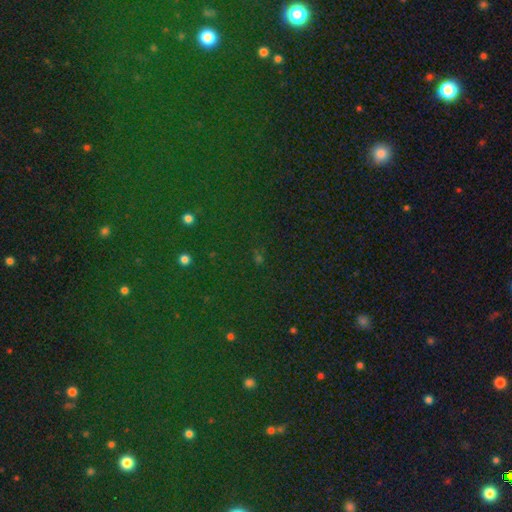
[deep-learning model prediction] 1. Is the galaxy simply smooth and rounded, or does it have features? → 74% star or artifact, 17% smooth, 9% featured or disk.